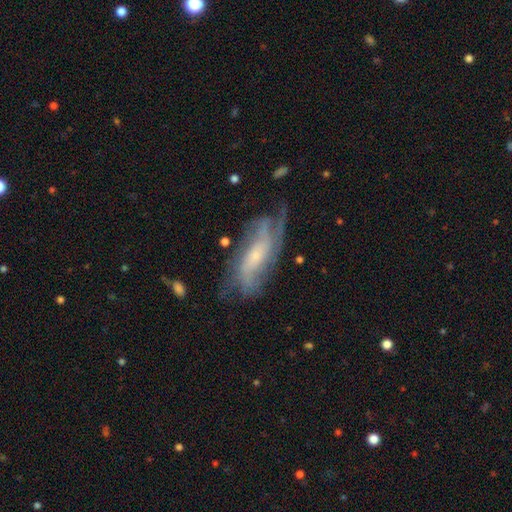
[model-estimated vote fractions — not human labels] This is likely a featured or disk galaxy (77%). It is clearly not viewed edge-on (87%). Bar: possibly no (57%). Spiral arm pattern: clearly yes (91%). Spiral arm count: marginally can't tell (36%). Spiral winding: marginally medium (41%). Central bulge: possibly small (59%). Merging: possibly none (60%).